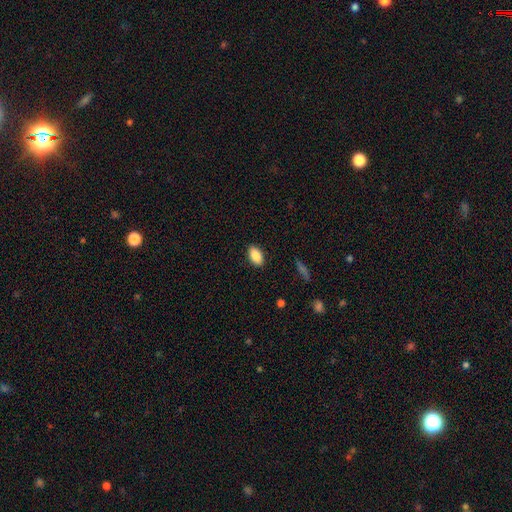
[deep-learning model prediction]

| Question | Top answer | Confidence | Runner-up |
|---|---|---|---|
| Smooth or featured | smooth | 87% | star or artifact (7%) |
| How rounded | in between | 92% | round (6%) |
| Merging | none | 88% | minor disturbance (9%) |